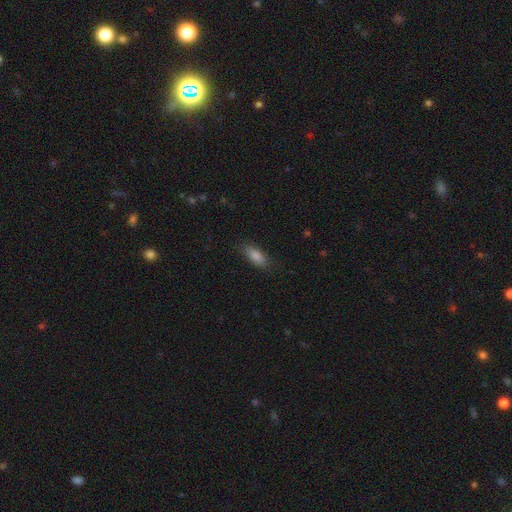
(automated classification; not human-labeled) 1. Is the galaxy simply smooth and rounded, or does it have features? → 84% smooth, 8% featured or disk, 8% star or artifact.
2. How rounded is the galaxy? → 79% in between, 18% cigar-shaped, 3% round.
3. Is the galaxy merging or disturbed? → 83% none, 13% minor disturbance, 3% major disturbance, 1% merger.